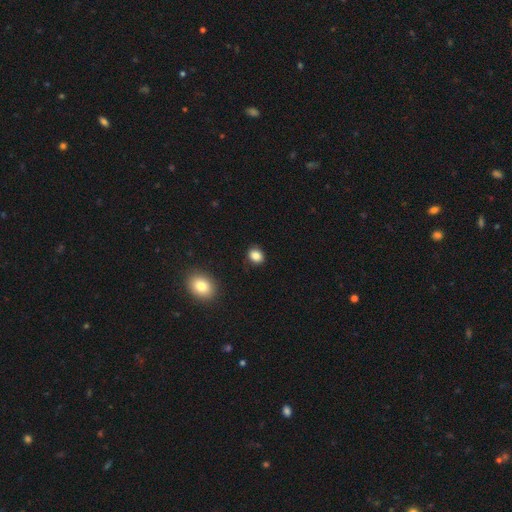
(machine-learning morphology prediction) smooth_or_featured: smooth (p=0.86) [alt: star or artifact p=0.10]
how_rounded: round (p=0.52) [alt: in between p=0.47]
merging: none (p=0.87) [alt: minor disturbance p=0.10]